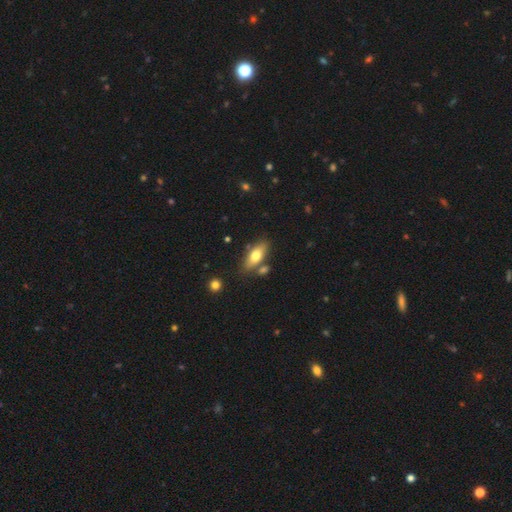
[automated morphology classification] The model was most divided on "smooth or featured": smooth: 69%, featured or disk: 25%, star or artifact: 6%. More confident: how rounded — in between (76%); merging — none (73%).